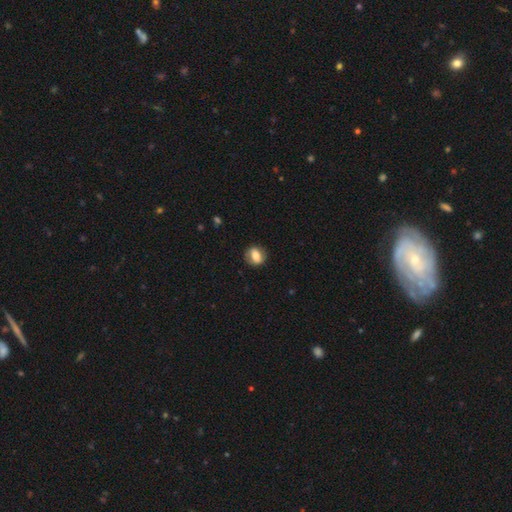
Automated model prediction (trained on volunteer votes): This appears to be a smooth galaxy with no disk features (65%) that is round (51%). Merging: none (84%).